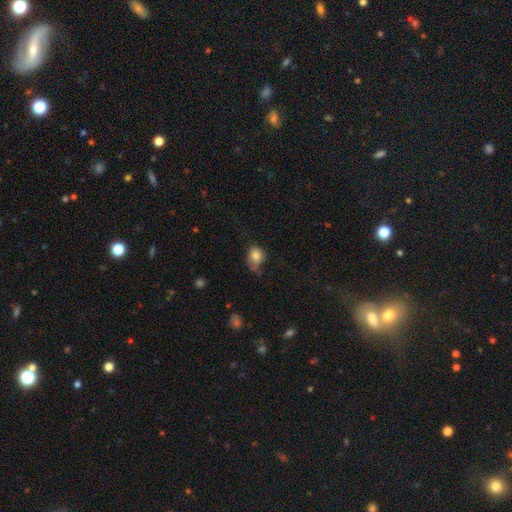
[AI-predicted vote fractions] A smooth galaxy with no disk features (79%) that is round (55%).

Vote fractions:
- Smooth or featured? smooth: 79% / featured or disk: 12% / star or artifact: 9%
- How rounded? round: 55% / in between: 44% / cigar-shaped: 1%
- Merging? none: 46% / minor disturbance: 32% / major disturbance: 15% / merger: 6%